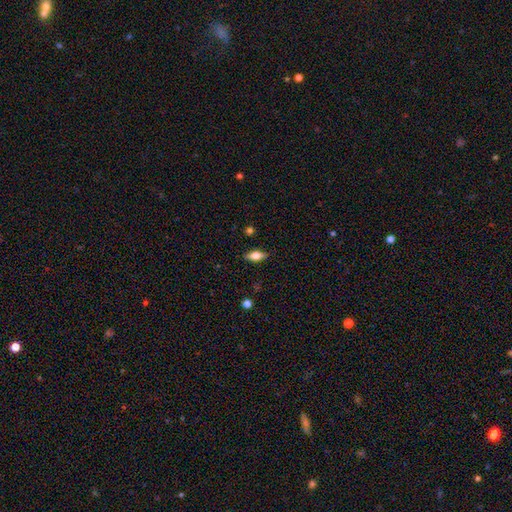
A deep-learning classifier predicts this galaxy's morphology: smooth_or_featured: smooth (p=0.65) [alt: featured or disk p=0.28]
how_rounded: in between (p=0.80) [alt: cigar-shaped p=0.16]
merging: none (p=0.87) [alt: minor disturbance p=0.10]